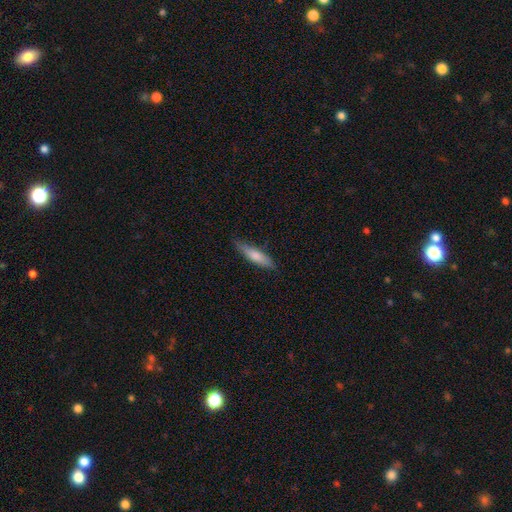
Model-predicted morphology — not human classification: Smooth or featured?
  - smooth: 72% *
  - featured or disk: 23%
  - star or artifact: 5%
How rounded?
  - cigar-shaped: 72% *
  - in between: 26%
  - round: 2%
Merging?
  - none: 80% *
  - minor disturbance: 17%
  - major disturbance: 3%
  - merger: 1%